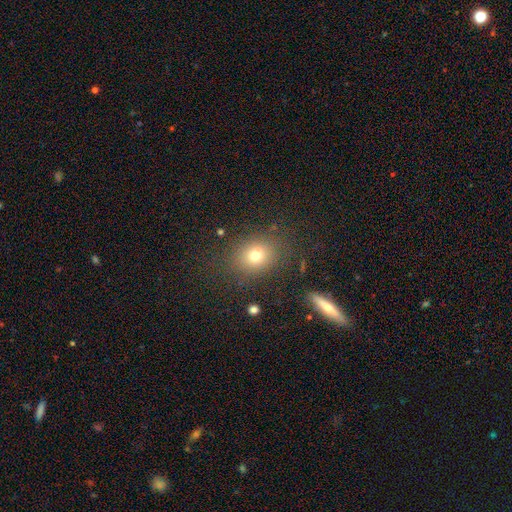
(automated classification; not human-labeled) A smooth galaxy with no disk features (74%) that is round (55%).

Vote fractions:
- Smooth or featured? smooth: 74% / star or artifact: 15% / featured or disk: 11%
- How rounded? round: 55% / in between: 44% / cigar-shaped: 1%
- Merging? none: 79% / minor disturbance: 12% / major disturbance: 5% / merger: 4%